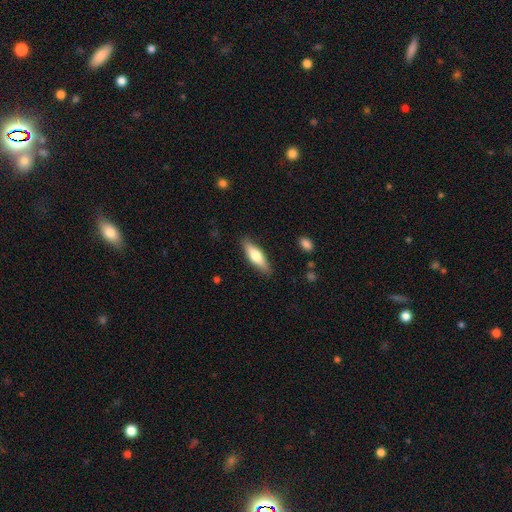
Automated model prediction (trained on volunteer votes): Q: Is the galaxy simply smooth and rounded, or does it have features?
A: smooth — 62%.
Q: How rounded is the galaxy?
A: cigar-shaped — 57%.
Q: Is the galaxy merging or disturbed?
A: none — 87%.